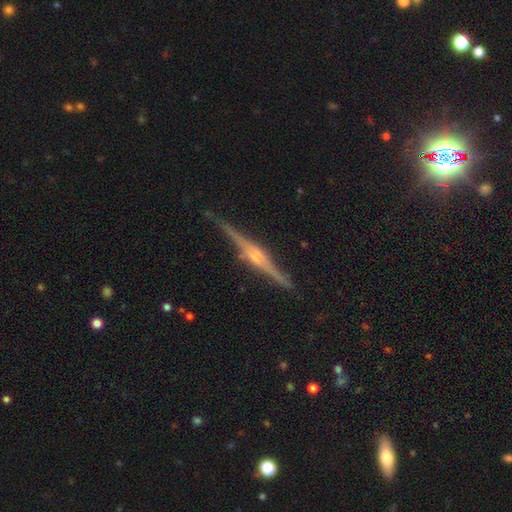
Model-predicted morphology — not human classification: Q: Smooth or featured?
A: featured or disk (88%); runner-up: smooth (7%)
Q: Edge-on disk?
A: yes (98%); runner-up: no (2%)
Q: Edge-on bulge?
A: rounded (75%); runner-up: boxy (18%)
Q: Merging?
A: none (88%); runner-up: minor disturbance (9%)